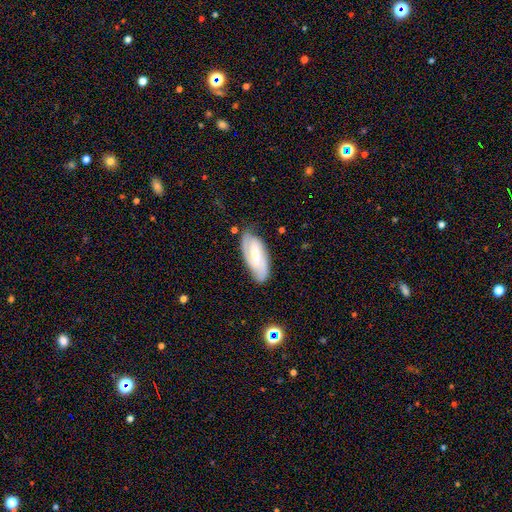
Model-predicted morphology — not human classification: This appears to be a featured or disk galaxy (66%) with a weak bar (46%), 2 (65%) tight (47%) spiral arms (89%) and a small central bulge (39%, tied with moderate). Merging: none (72%).